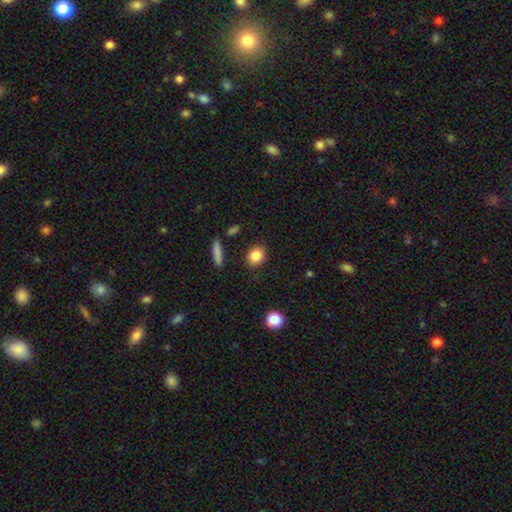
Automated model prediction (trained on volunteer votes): Q: Smooth or featured?
A: smooth (86%); runner-up: star or artifact (9%)
Q: How rounded?
A: round (66%); runner-up: in between (31%)
Q: Merging?
A: none (86%); runner-up: minor disturbance (9%)